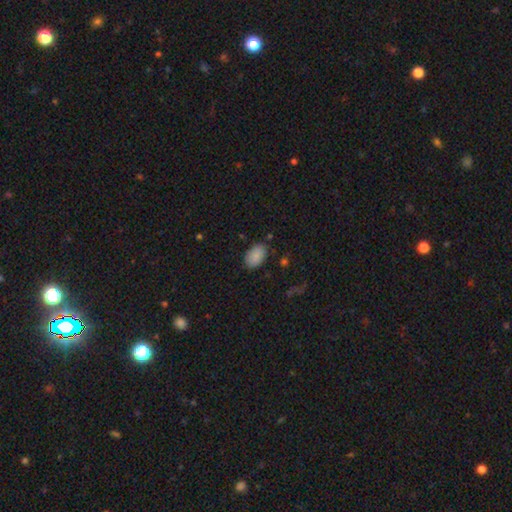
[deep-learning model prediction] smooth 86%, star or artifact 8%, featured or disk 6%. Down the decision tree: how rounded — in between (91%); merging — none (83%).